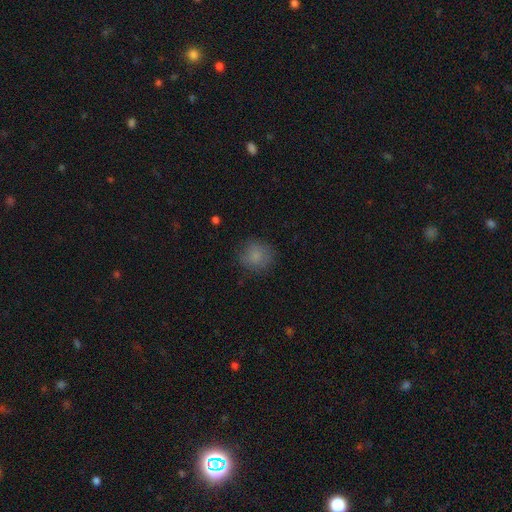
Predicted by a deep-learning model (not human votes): Overall: smooth (83%). How rounded: round (88%). Merging: none (80%).